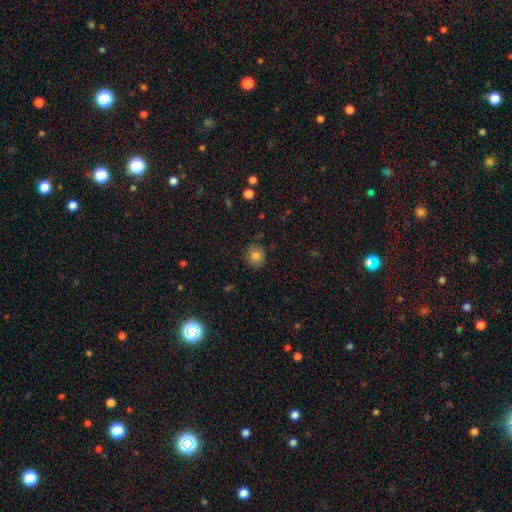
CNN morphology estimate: This is clearly a smooth galaxy (82%). How rounded: likely round (78%). Merging: clearly none (84%).